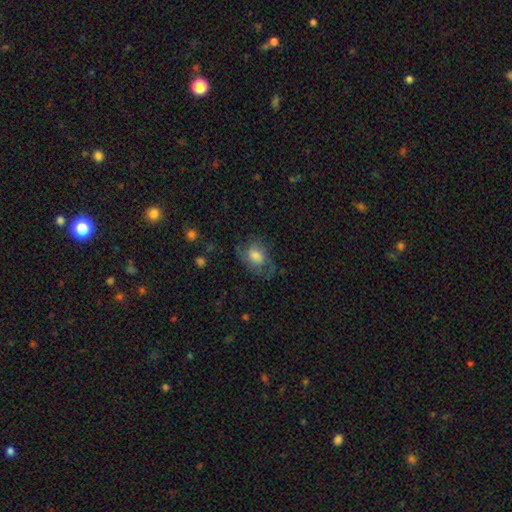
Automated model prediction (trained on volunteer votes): This is possibly a smooth galaxy (52%). How rounded: likely in between (67%). Merging: possibly none (54%).